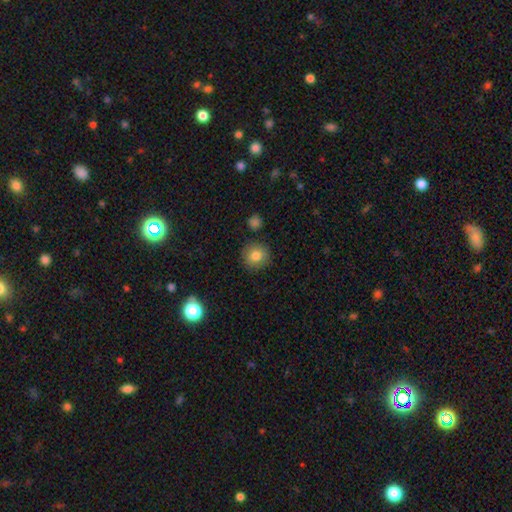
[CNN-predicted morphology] This is clearly a smooth galaxy (82%). How rounded: clearly round (92%). Merging: clearly none (88%).